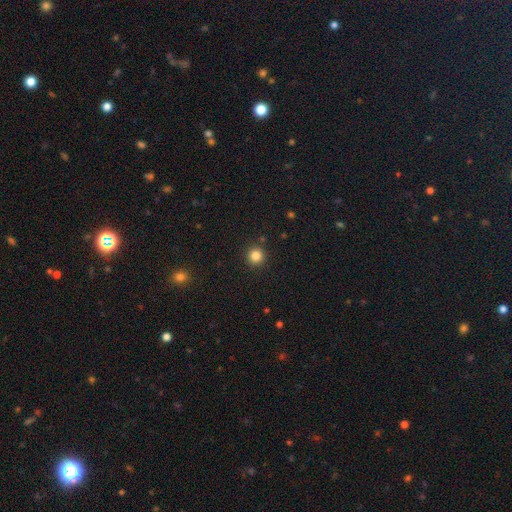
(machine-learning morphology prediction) type=smooth (83%); roundness=round (95%); merging=none (91%).